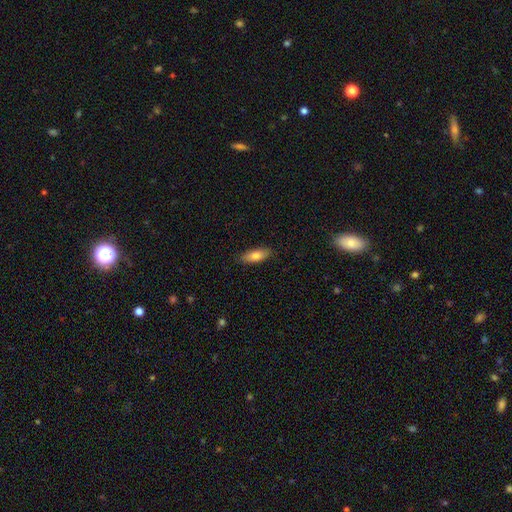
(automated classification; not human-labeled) Overall: smooth (77%). How rounded: in between (68%; cigar-shaped 30%). Merging: none (88%).